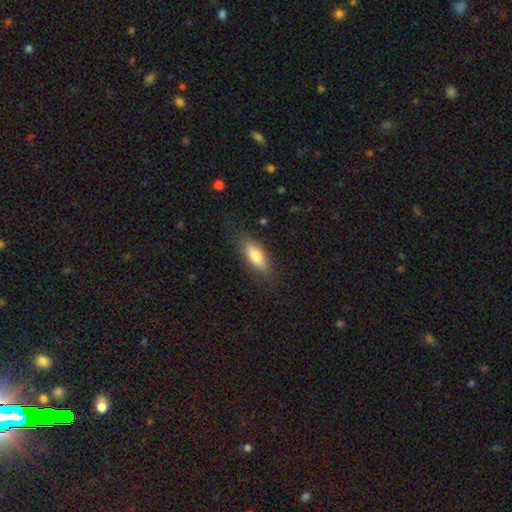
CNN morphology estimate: smooth 69%, featured or disk 24%, star or artifact 6%. Down the decision tree: how rounded — in between (60%); merging — none (80%).